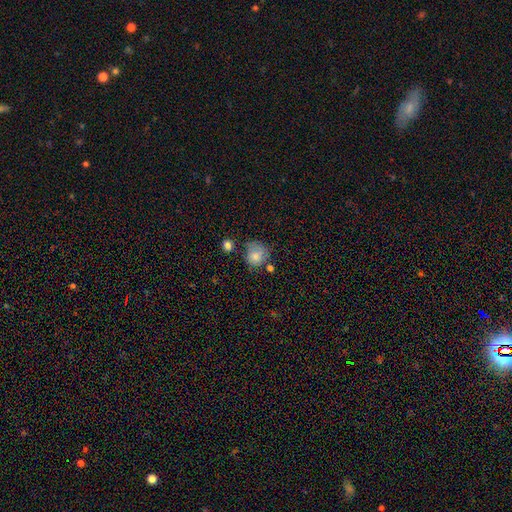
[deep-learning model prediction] Q: Smooth or featured?
A: smooth (77%); runner-up: featured or disk (13%)
Q: How rounded?
A: round (80%); runner-up: in between (19%)
Q: Merging?
A: none (54%); runner-up: minor disturbance (25%)